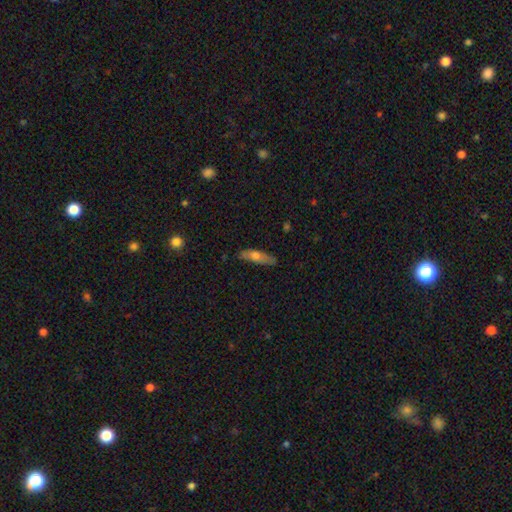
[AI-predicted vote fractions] Smooth or featured: smooth — 61% (featured or disk — 32%)
How rounded: cigar-shaped — 67% (in between — 31%)
Merging: none — 75% (minor disturbance — 19%)